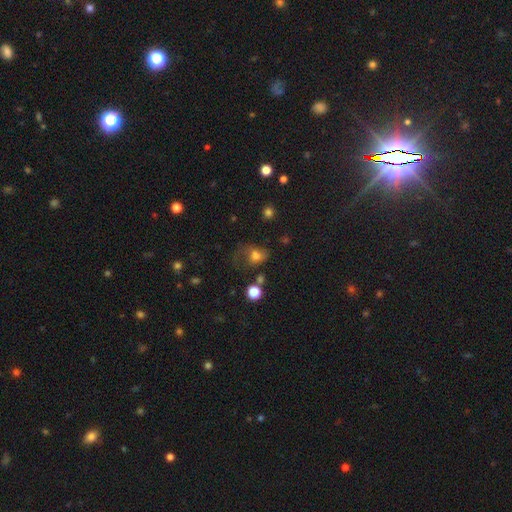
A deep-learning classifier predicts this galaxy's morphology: A smooth galaxy with no disk features (67%) that is in between round and cigar-shaped (55%). Merging: major disturbance (41%).